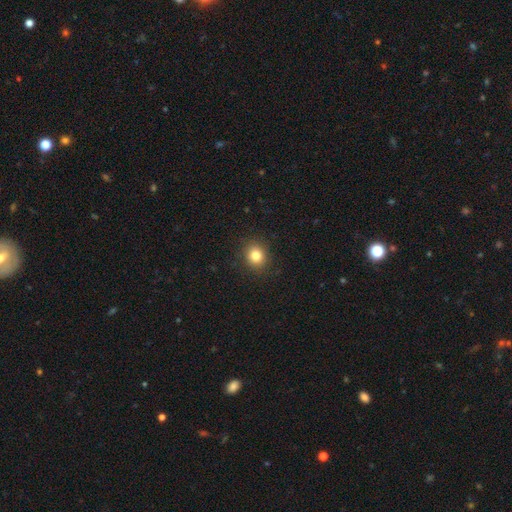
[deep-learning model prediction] smooth_or_featured: smooth (p=0.82) [alt: star or artifact p=0.11]
how_rounded: round (p=0.78) [alt: in between p=0.21]
merging: none (p=0.90) [alt: minor disturbance p=0.07]